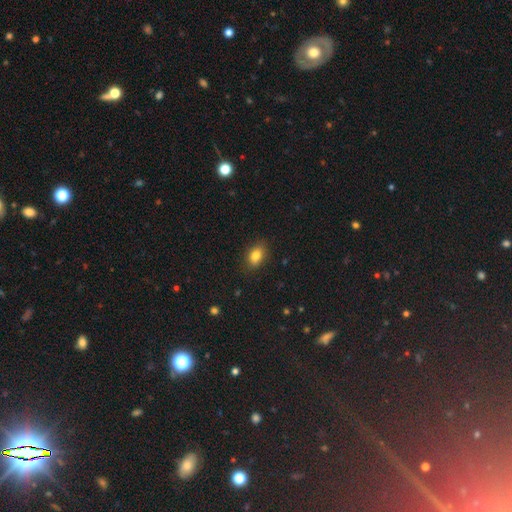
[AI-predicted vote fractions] smooth 83%, star or artifact 10%, featured or disk 8%. Down the decision tree: how rounded — in between (80%); merging — none (85%).